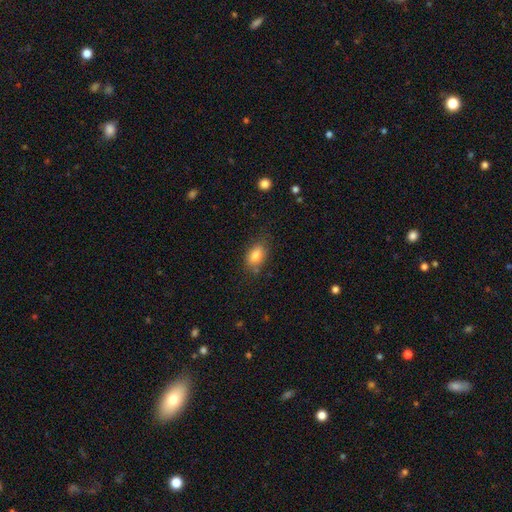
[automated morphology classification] This is clearly a smooth galaxy (82%). How rounded: clearly in between (85%). Merging: likely none (76%).